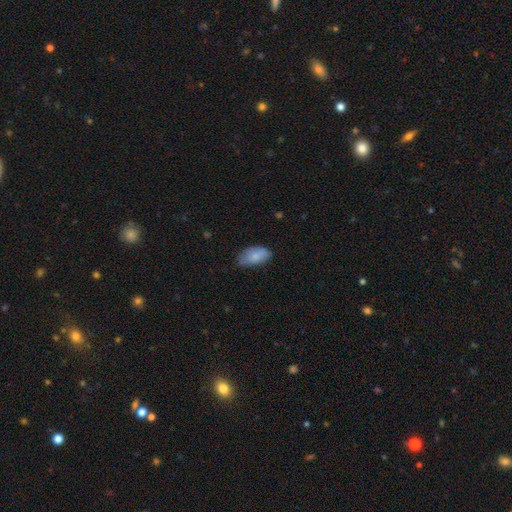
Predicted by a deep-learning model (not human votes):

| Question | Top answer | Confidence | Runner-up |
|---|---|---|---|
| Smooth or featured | smooth | 82% | featured or disk (12%) |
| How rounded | in between | 94% | cigar-shaped (3%) |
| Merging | none | 63% | minor disturbance (30%) |